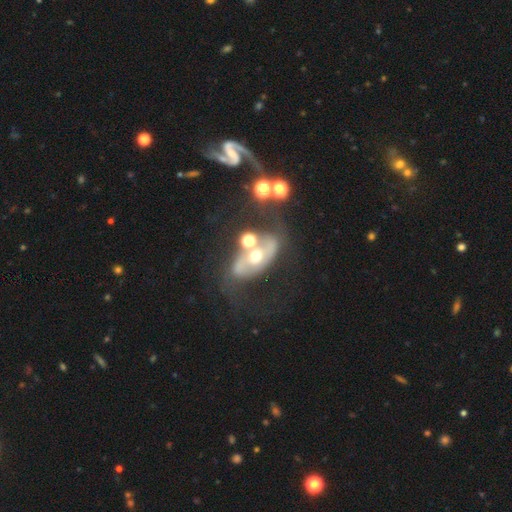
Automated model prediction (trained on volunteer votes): A featured or disk galaxy (62%) with no bar (68%), no spiral arms (55%) and a moderate central bulge (72%). Merging: none (50%).